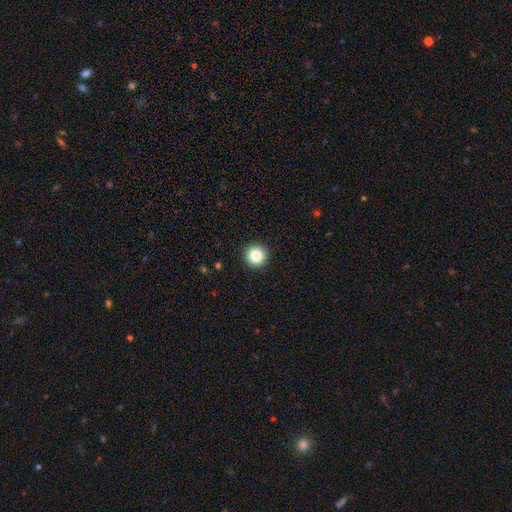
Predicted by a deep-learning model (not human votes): Q: Smooth or featured?
A: smooth (85%); runner-up: star or artifact (10%)
Q: How rounded?
A: round (96%); runner-up: in between (3%)
Q: Merging?
A: none (93%); runner-up: minor disturbance (5%)